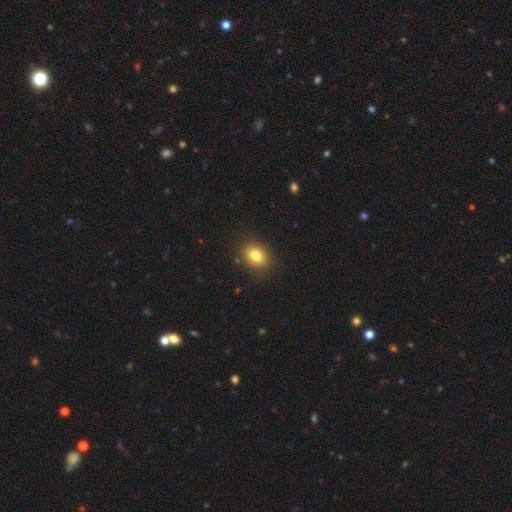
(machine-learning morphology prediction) A smooth galaxy with no disk features (81%) that is in between round and cigar-shaped (56%). Merging: none (87%).